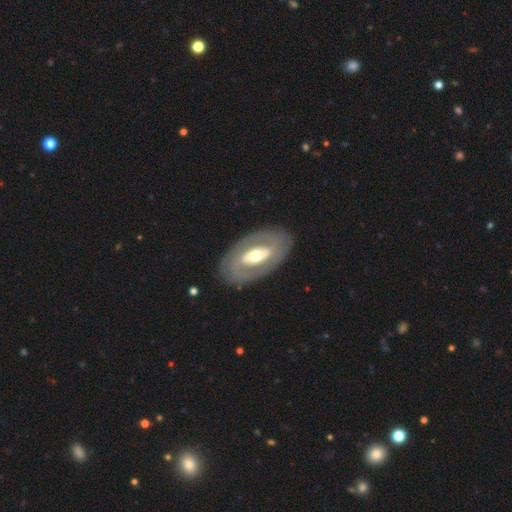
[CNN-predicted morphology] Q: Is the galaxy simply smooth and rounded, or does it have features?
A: featured or disk — 68%.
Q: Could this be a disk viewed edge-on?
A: no — 91%.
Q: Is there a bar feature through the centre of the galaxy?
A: no — 50%.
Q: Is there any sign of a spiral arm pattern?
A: no — 66%.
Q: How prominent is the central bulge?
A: moderate — 63%.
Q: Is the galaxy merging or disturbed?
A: none — 84%.